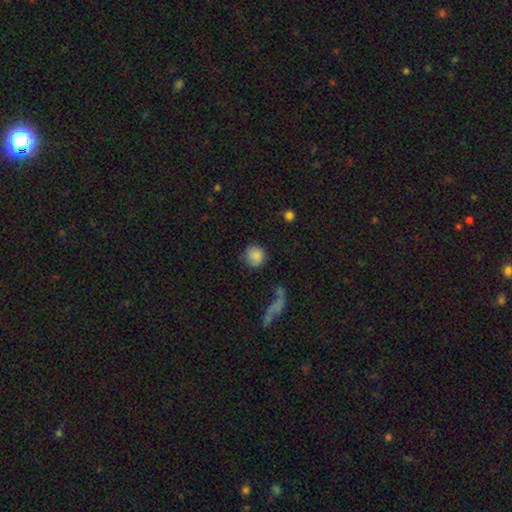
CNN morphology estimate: Smooth or featured? Predicted: smooth (p=0.84). How rounded? Predicted: round (p=0.90). Merging? Predicted: none (p=0.72).